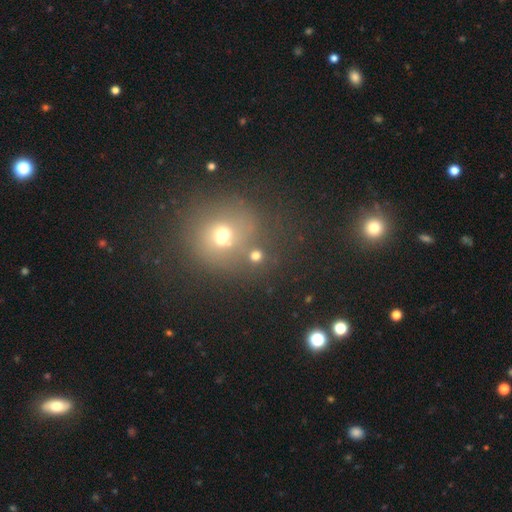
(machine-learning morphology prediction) Q: Smooth or featured?
A: smooth (67%); runner-up: star or artifact (23%)
Q: How rounded?
A: round (86%); runner-up: in between (13%)
Q: Merging?
A: none (62%); runner-up: merger (26%)